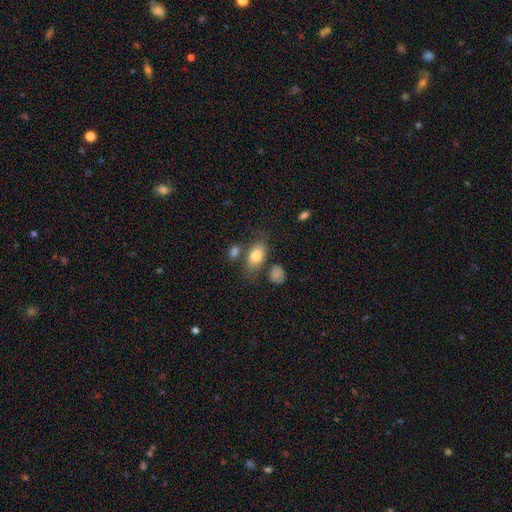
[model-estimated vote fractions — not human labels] smooth_or_featured: smooth (p=0.78) [alt: featured or disk p=0.14]
how_rounded: in between (p=0.85) [alt: round p=0.12]
merging: none (p=0.62) [alt: minor disturbance p=0.18]